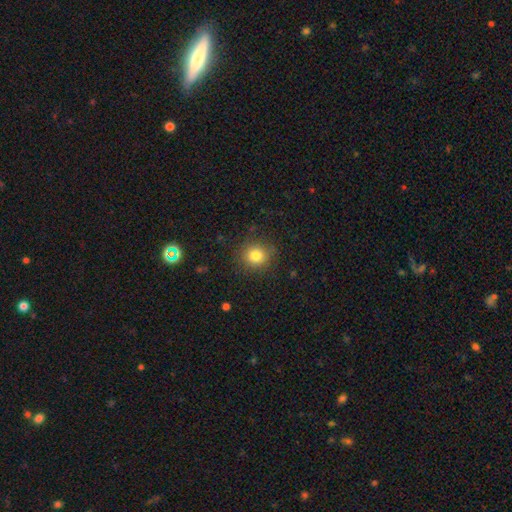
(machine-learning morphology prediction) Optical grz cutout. It shows a smooth galaxy with no disk features (81%) that is round (89%). Merging: none (88%).